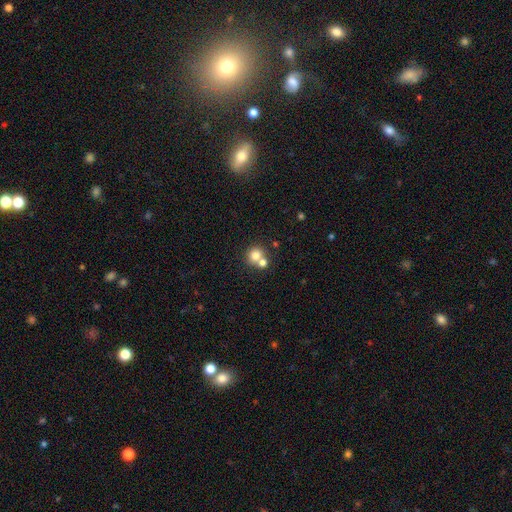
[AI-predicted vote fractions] Morphology: type=smooth (77%); roundness=round (85%); merging=none (48%).